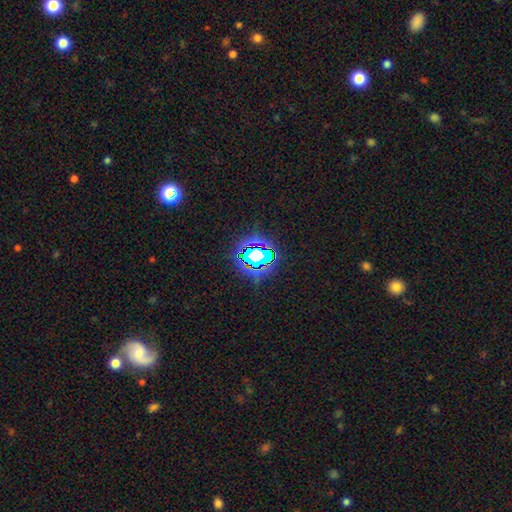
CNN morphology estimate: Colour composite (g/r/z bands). It shows a star or artifact, not a galaxy (66%).